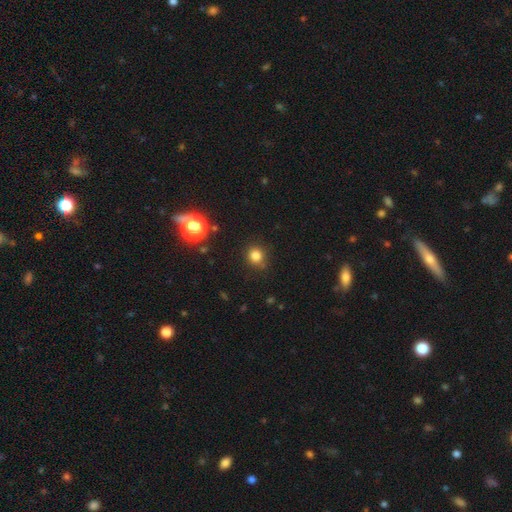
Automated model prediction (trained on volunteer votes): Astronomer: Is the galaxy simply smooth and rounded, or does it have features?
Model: smooth — 80%.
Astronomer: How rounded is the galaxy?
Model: round — 87%.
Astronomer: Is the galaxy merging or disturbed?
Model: none — 82%.